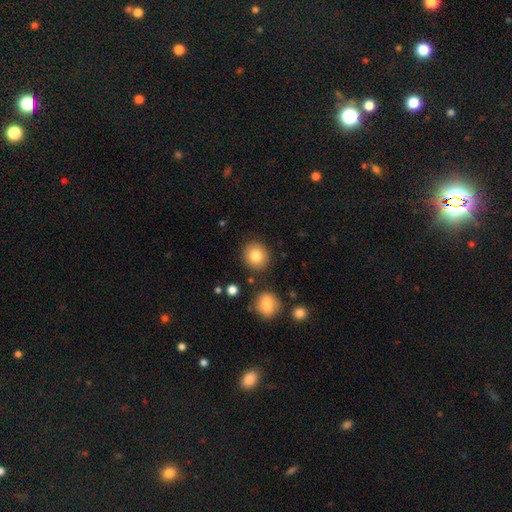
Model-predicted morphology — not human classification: This is clearly a smooth galaxy (81%). How rounded: clearly round (88%). Merging: clearly none (87%).